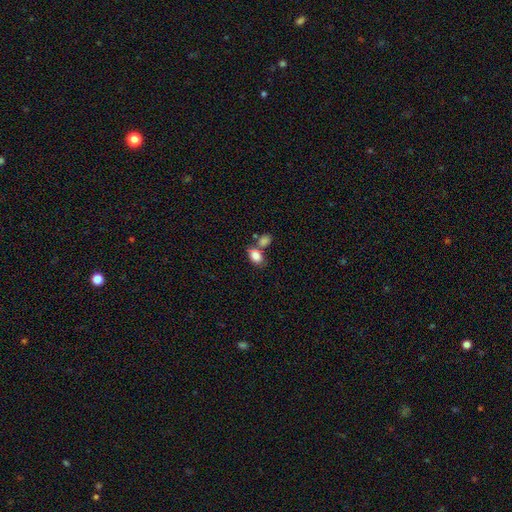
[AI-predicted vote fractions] Smooth or featured?
  - smooth: 84% *
  - star or artifact: 9%
  - featured or disk: 7%
How rounded?
  - in between: 83% *
  - round: 16%
  - cigar-shaped: 1%
Merging?
  - none: 48% *
  - merger: 34%
  - minor disturbance: 13%
  - major disturbance: 5%